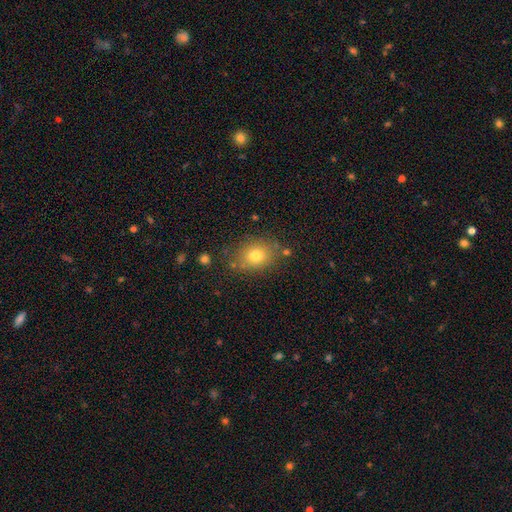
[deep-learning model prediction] Overall: smooth (76%). How rounded: round (50%; in between 49%). Merging: none (79%).